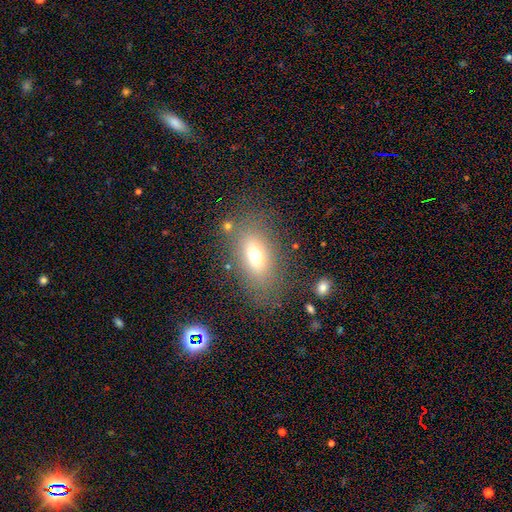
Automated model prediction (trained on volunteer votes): This is likely a smooth galaxy (66%). How rounded: likely in between (77%). Merging: likely none (75%).